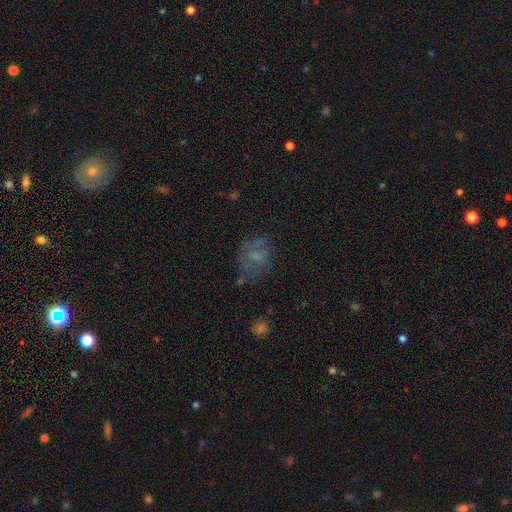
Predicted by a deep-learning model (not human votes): Smooth or featured: smooth — 52% (featured or disk — 31%)
How rounded: round — 55% (in between — 43%)
Merging: none — 56% (minor disturbance — 23%)